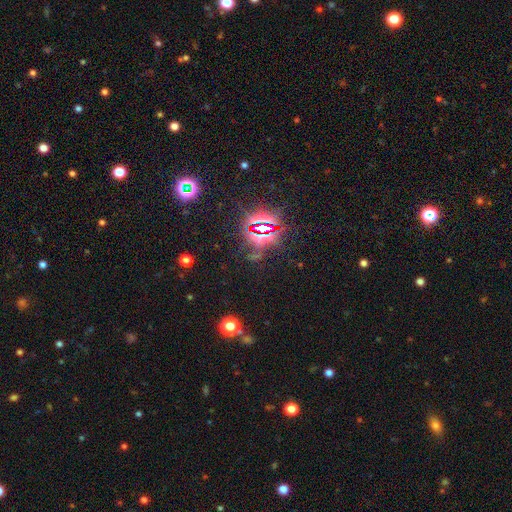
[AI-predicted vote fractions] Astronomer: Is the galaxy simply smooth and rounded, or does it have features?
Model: star or artifact — 81%.